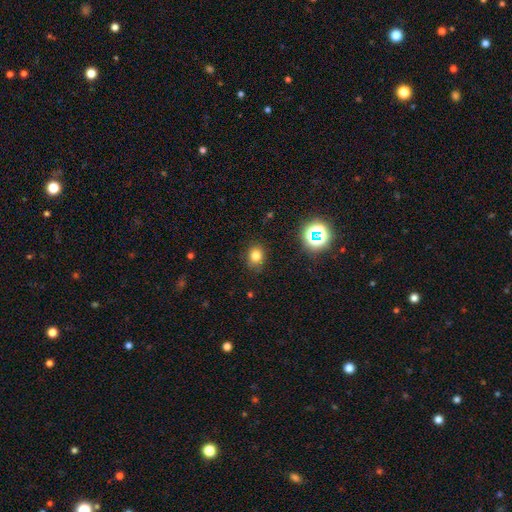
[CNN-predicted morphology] This is likely a smooth galaxy (76%). How rounded: possibly round (59%). Merging: clearly none (82%).